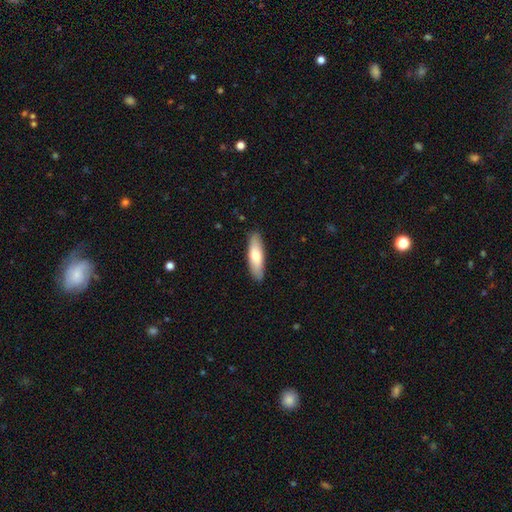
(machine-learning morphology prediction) This appears to be a smooth galaxy with no disk features (70%) that is cigar-shaped (56%). Merging: none (88%).